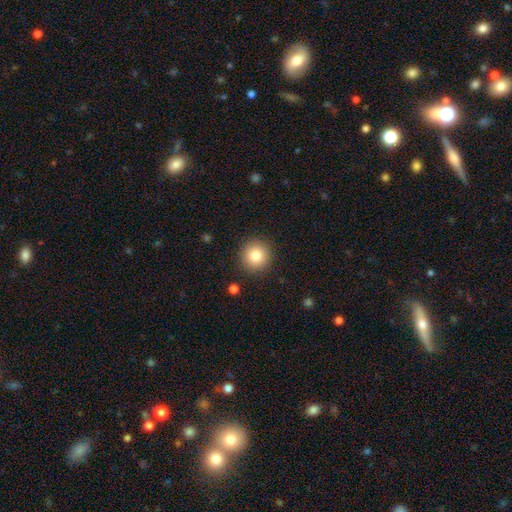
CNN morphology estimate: A smooth galaxy with no disk features (82%) that is round (95%). Merging: none (90%).